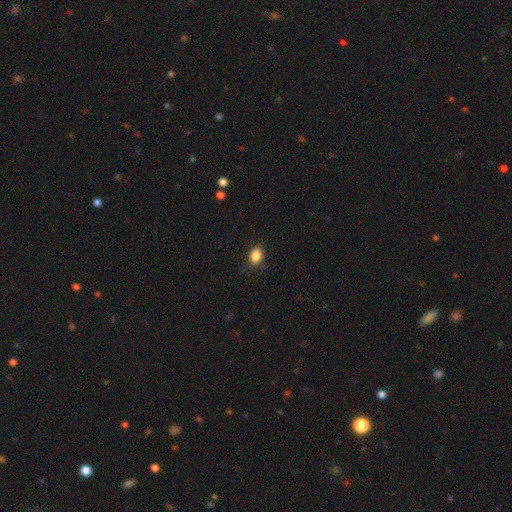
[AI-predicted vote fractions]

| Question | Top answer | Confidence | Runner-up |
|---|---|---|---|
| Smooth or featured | smooth | 86% | star or artifact (10%) |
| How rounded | in between | 68% | round (30%) |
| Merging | none | 80% | minor disturbance (15%) |